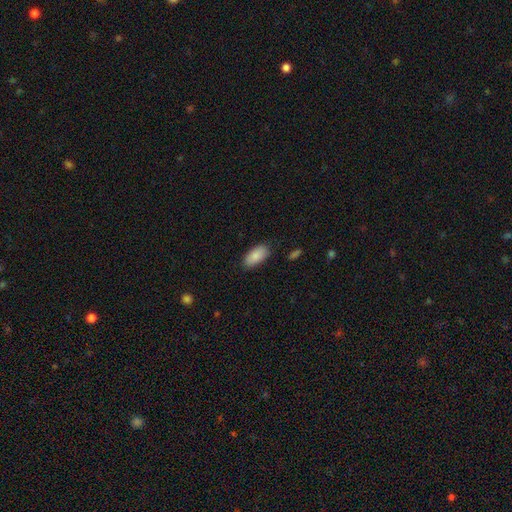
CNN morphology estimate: Overall: smooth (88%). How rounded: in between (92%). Merging: none (83%).